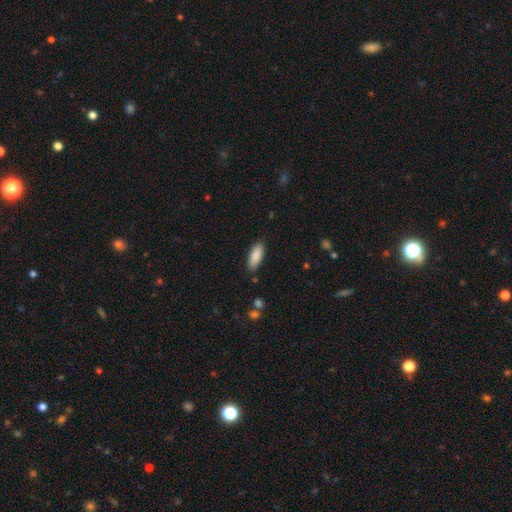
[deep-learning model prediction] Smooth or featured? Predicted: smooth (p=0.88). How rounded? Predicted: in between (p=0.74). Merging? Predicted: none (p=0.87).